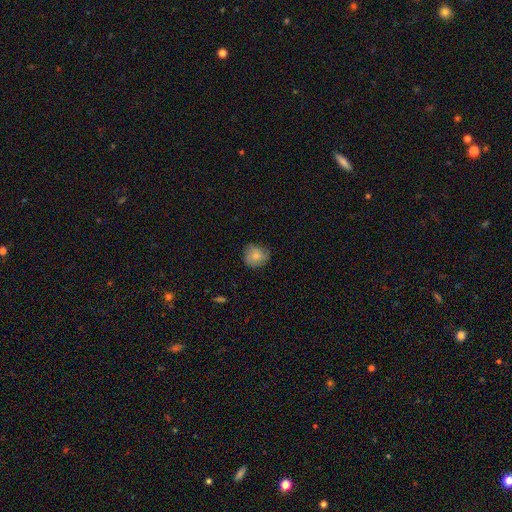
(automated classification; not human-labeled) Smooth or featured?
  - smooth: 79% *
  - featured or disk: 12%
  - star or artifact: 8%
How rounded?
  - round: 84% *
  - in between: 15%
  - cigar-shaped: 1%
Merging?
  - none: 73% *
  - minor disturbance: 21%
  - major disturbance: 5%
  - merger: 1%